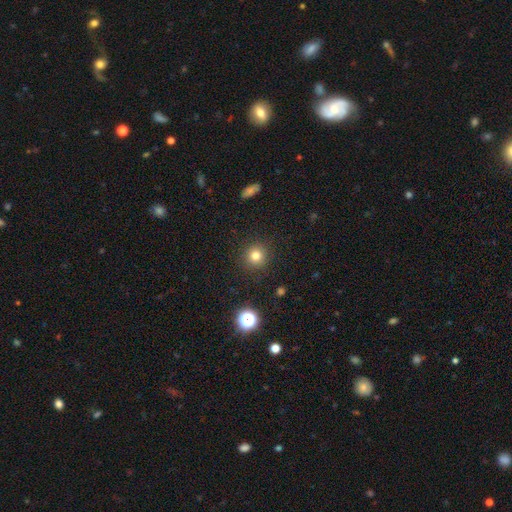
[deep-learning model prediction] smooth_or_featured: smooth (p=0.79) [alt: star or artifact p=0.14]
how_rounded: round (p=0.94) [alt: in between p=0.05]
merging: none (p=0.91) [alt: minor disturbance p=0.06]